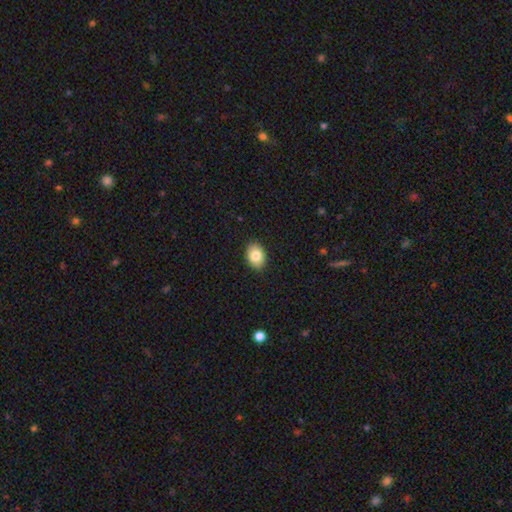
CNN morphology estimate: This appears to be a smooth galaxy with no disk features (83%) that is in between round and cigar-shaped (75%). Merging: none (90%).